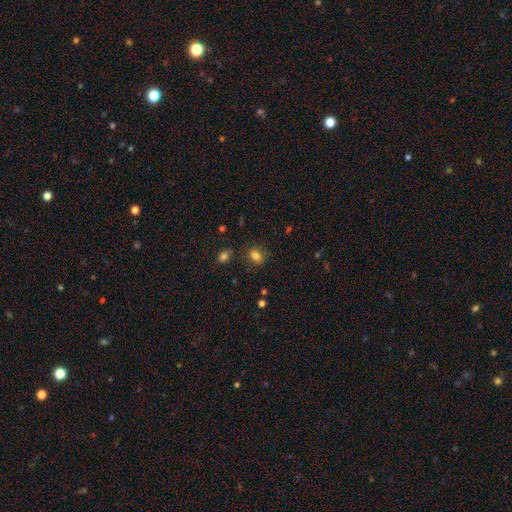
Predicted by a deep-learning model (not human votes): The model was most divided on "how rounded": in between: 63%, round: 36%, cigar-shaped: 2%. More confident: smooth or featured — smooth (81%); merging — none (81%).